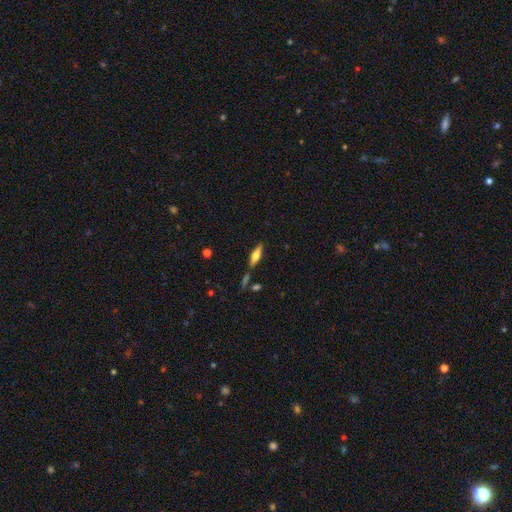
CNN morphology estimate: featured or disk 50%, smooth 43%, star or artifact 7%. Down the decision tree: merging — none (77%).